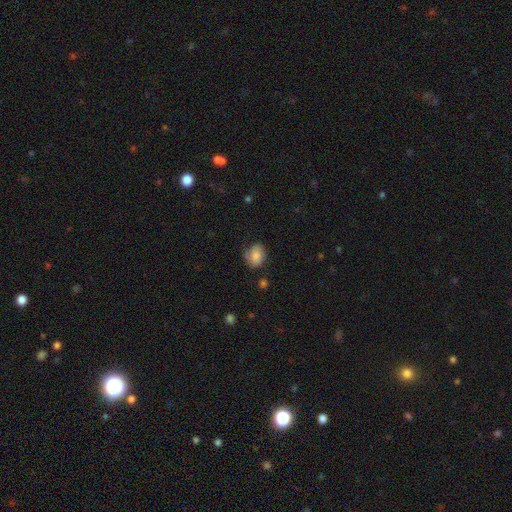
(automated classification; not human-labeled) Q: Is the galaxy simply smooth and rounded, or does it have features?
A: smooth — 73%.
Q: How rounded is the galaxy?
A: in between — 66%.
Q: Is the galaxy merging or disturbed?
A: none — 54%.